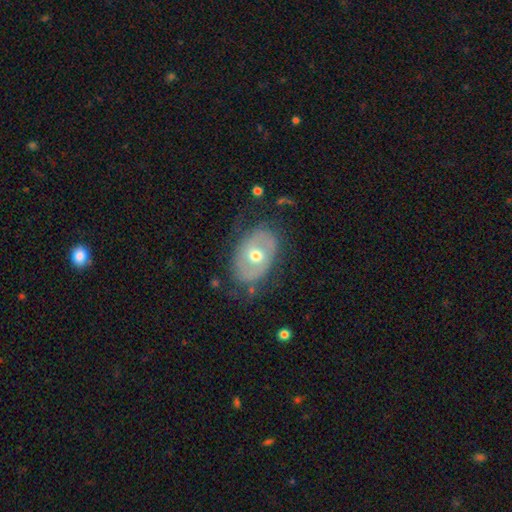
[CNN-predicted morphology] A featured or disk galaxy (52%). Merging: none (66%).